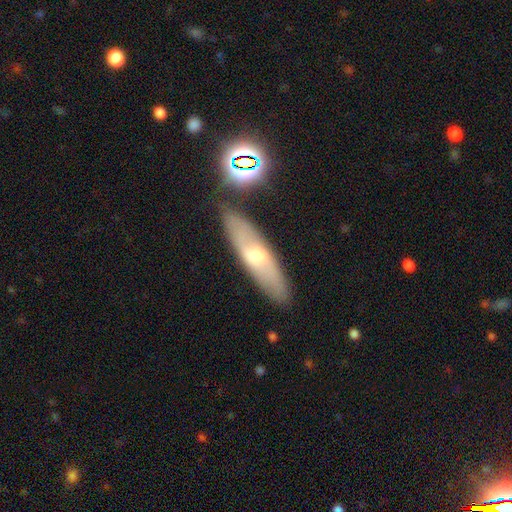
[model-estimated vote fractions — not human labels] A featured or disk galaxy (49%).

Vote fractions:
- Smooth or featured? featured or disk: 49% / smooth: 41% / star or artifact: 10%
- Merging? none: 81% / minor disturbance: 12% / merger: 4% / major disturbance: 3%